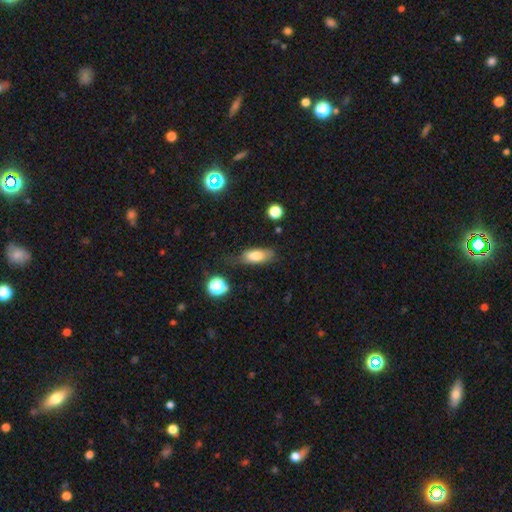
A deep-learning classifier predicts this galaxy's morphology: A smooth galaxy with no disk features (76%) that is in between round and cigar-shaped (75%). Merging: none (59%).